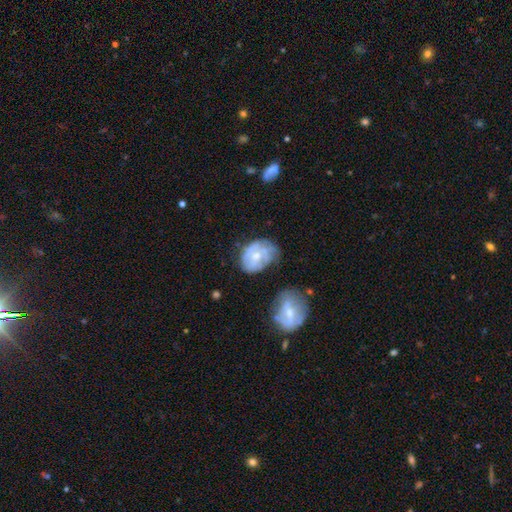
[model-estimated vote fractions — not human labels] A featured or disk galaxy (56%) with no bar (81%), no spiral arms (59%) and a moderate central bulge (52%). Merging: none (41%).